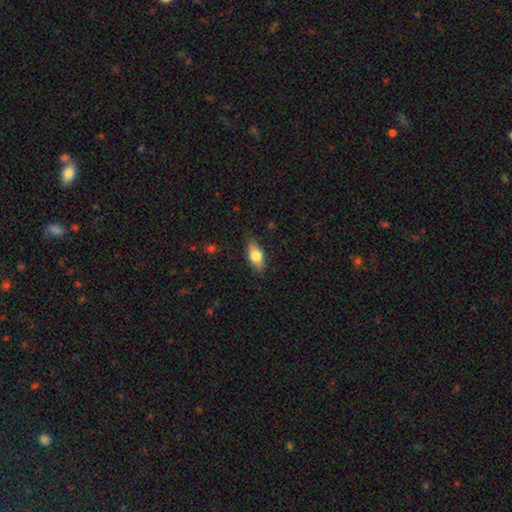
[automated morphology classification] Smooth or featured? Predicted: smooth (p=0.71). How rounded? Predicted: in between (p=0.80). Merging? Predicted: none (p=0.83).